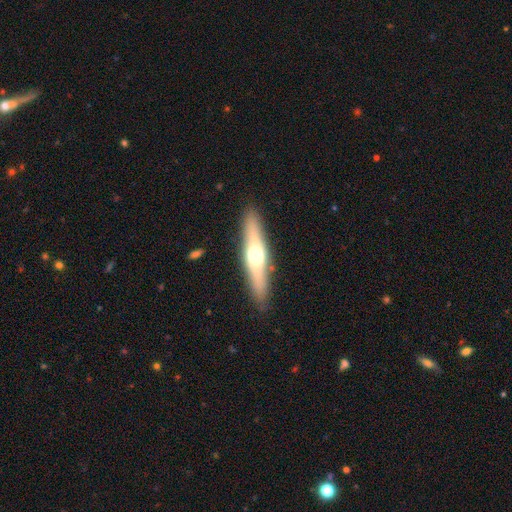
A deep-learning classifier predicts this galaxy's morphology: smooth_or_featured: featured or disk (p=0.50) [alt: smooth p=0.44]
merging: none (p=0.87) [alt: minor disturbance p=0.09]